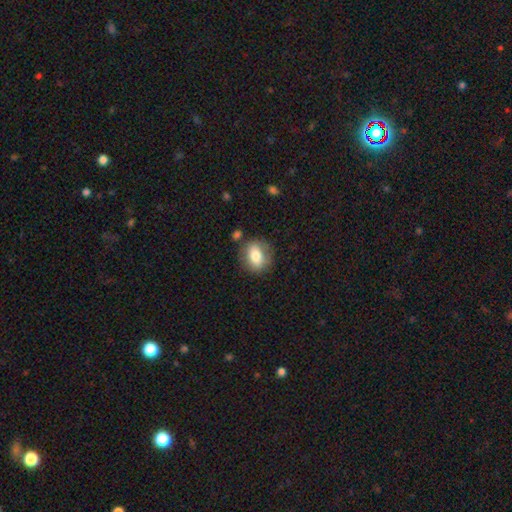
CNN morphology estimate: A smooth galaxy with no disk features (74%) that is in between round and cigar-shaped (54%). Merging: none (76%).